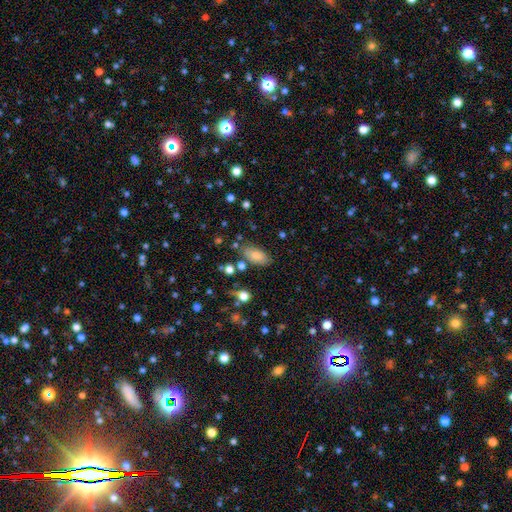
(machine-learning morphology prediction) Q: Smooth or featured?
A: smooth (78%); runner-up: featured or disk (13%)
Q: How rounded?
A: in between (90%); runner-up: cigar-shaped (6%)
Q: Merging?
A: none (73%); runner-up: minor disturbance (16%)